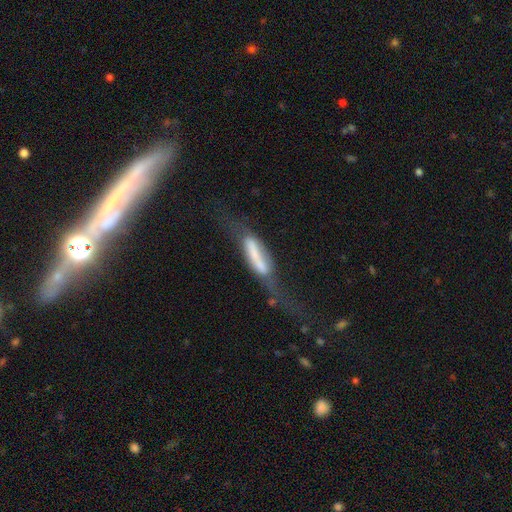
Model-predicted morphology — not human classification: The model was most divided on "smooth or featured" (2-way tie): smooth: 46%, featured or disk: 46%, star or artifact: 8%. Remaining: merging — major disturbance (45%).